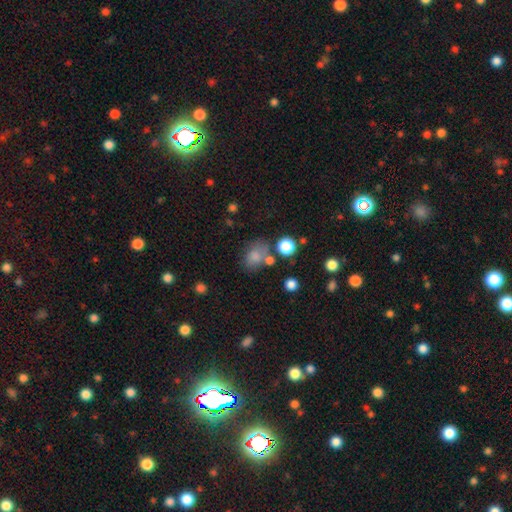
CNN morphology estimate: smooth-or-featured: smooth: 75% | star or artifact: 13% | featured or disk: 11%
  how-rounded: in between: 65% | round: 34% | cigar-shaped: 1%
  merging: none: 53% | minor disturbance: 21% | merger: 16% | major disturbance: 10%